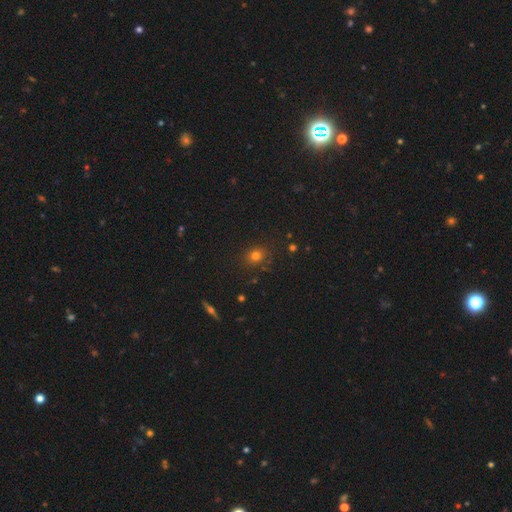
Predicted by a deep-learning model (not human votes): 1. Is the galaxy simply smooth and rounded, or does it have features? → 74% smooth, 18% star or artifact, 8% featured or disk.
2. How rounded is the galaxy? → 72% round, 27% in between, 1% cigar-shaped.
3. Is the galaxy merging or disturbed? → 84% none, 11% minor disturbance, 3% major disturbance, 2% merger.